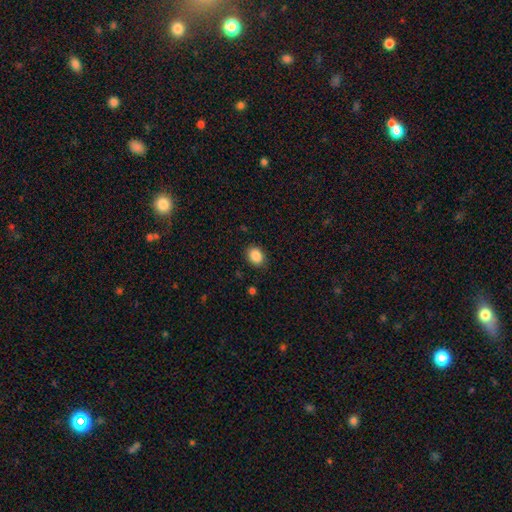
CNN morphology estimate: Smooth or featured? smooth (88%)
How rounded? in between (51%)
Merging? none (88%)